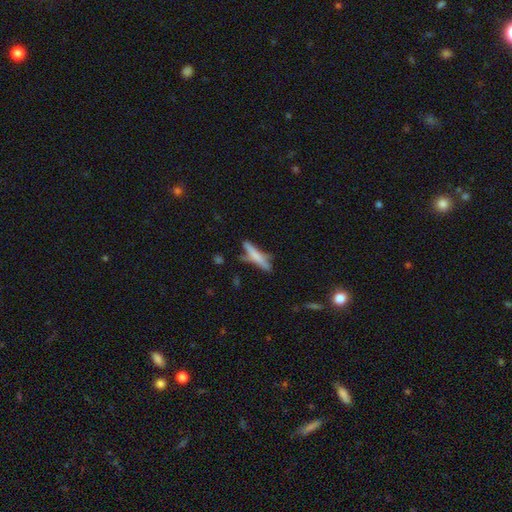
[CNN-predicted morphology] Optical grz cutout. It shows a smooth galaxy with no disk features (61%) that is cigar-shaped (88%). Merging: none (62%).